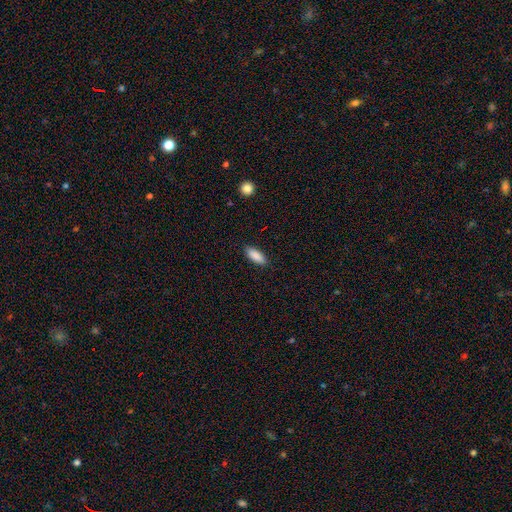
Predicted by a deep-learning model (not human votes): The model was most divided on "how rounded": in between: 75%, cigar-shaped: 23%, round: 2%. More confident: smooth or featured — smooth (89%); merging — none (88%).